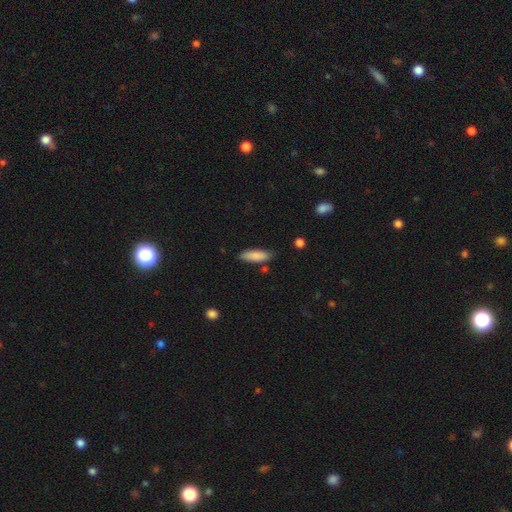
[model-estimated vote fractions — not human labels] Smooth or featured: smooth — 86% (featured or disk — 8%)
How rounded: in between — 51% (cigar-shaped — 47%)
Merging: none — 81% (minor disturbance — 14%)